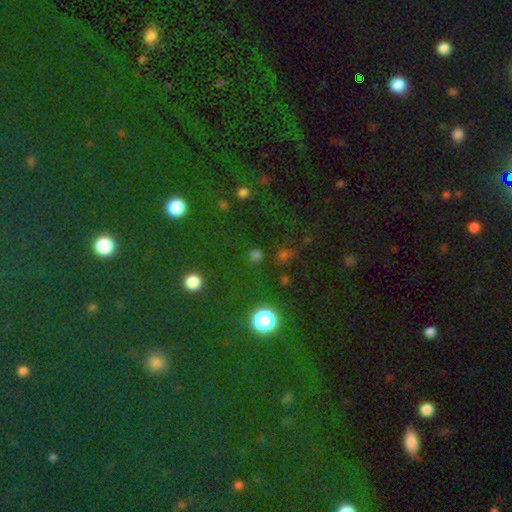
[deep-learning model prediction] A smooth galaxy with no disk features (47%). Merging: none (83%).